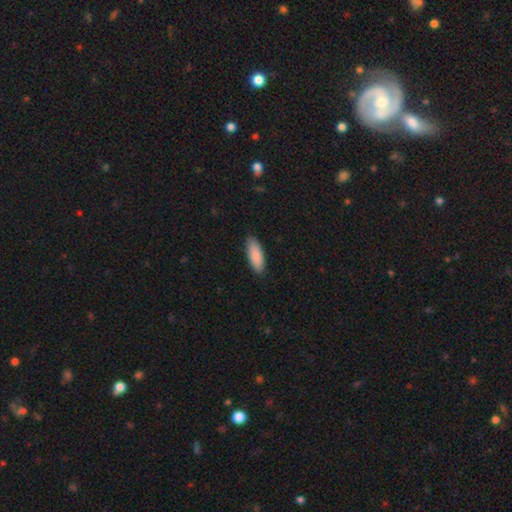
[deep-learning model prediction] A smooth galaxy with no disk features (89%) that is in between round and cigar-shaped (68%). Merging: none (87%).